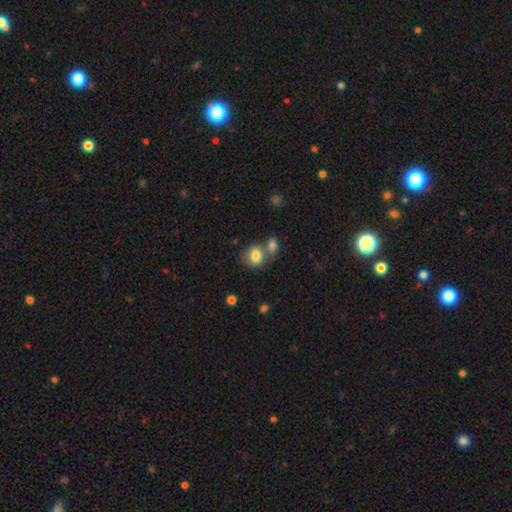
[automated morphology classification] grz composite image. It shows a smooth galaxy with no disk features (81%) that is round (64%). Merging: none (42%).